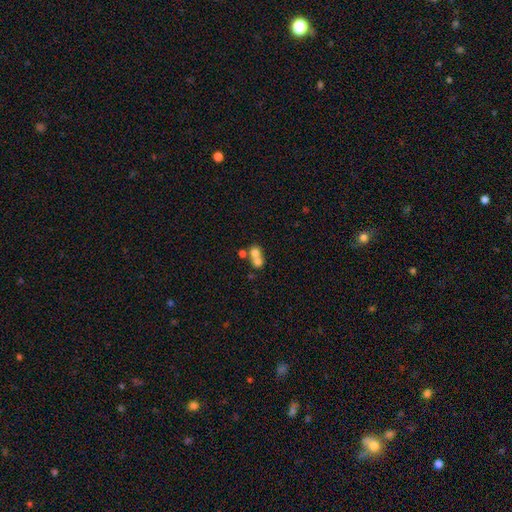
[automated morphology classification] type=smooth (68%); roundness=round (70%); merging=merger (66%).